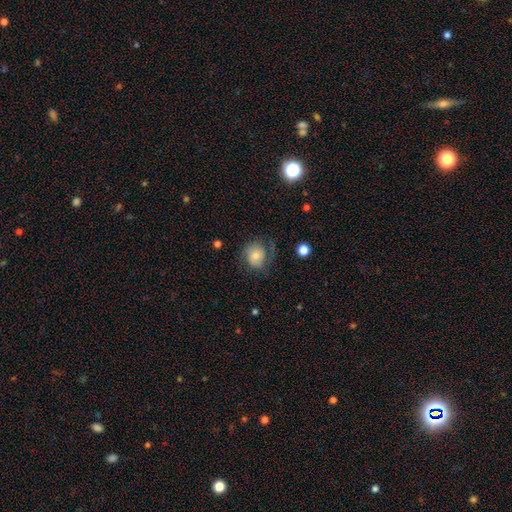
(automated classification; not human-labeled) The model was most divided on "smooth or featured": smooth: 54%, featured or disk: 37%, star or artifact: 8%. More confident: how rounded — round (72%); merging — none (51%).